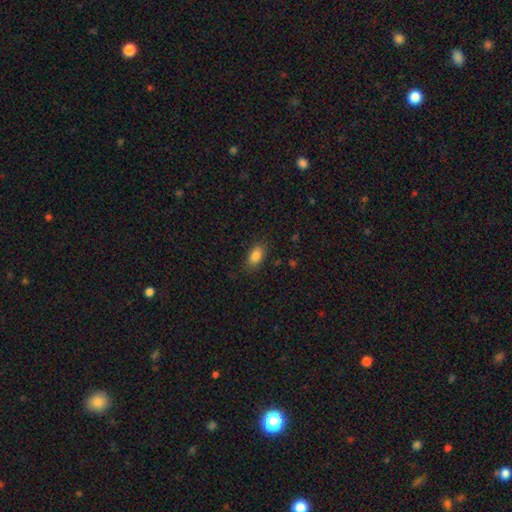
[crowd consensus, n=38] This is clearly a smooth galaxy (84%). How rounded: clearly in between (91%). Merging: possibly none (59%).